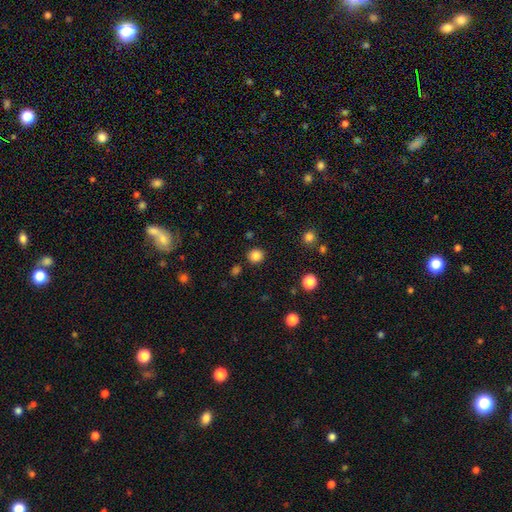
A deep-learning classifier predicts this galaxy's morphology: smooth-or-featured: smooth: 85% | star or artifact: 12% | featured or disk: 4%
  how-rounded: round: 87% | in between: 12% | cigar-shaped: 1%
  merging: none: 90% | minor disturbance: 6% | merger: 2% | major disturbance: 2%